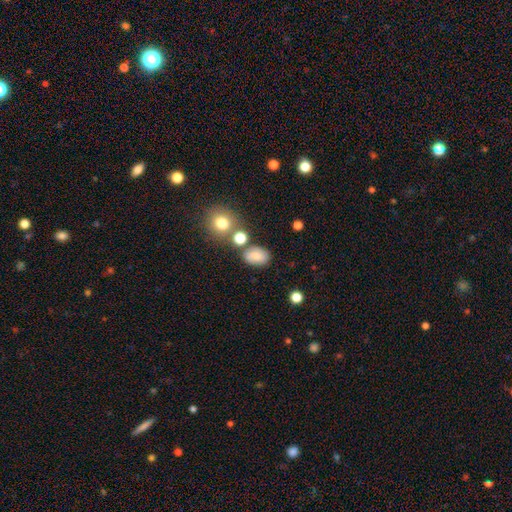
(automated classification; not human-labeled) smooth-or-featured: smooth: 76% | featured or disk: 13% | star or artifact: 12%
  how-rounded: in between: 73% | round: 26% | cigar-shaped: 1%
  merging: none: 72% | minor disturbance: 15% | merger: 9% | major disturbance: 5%